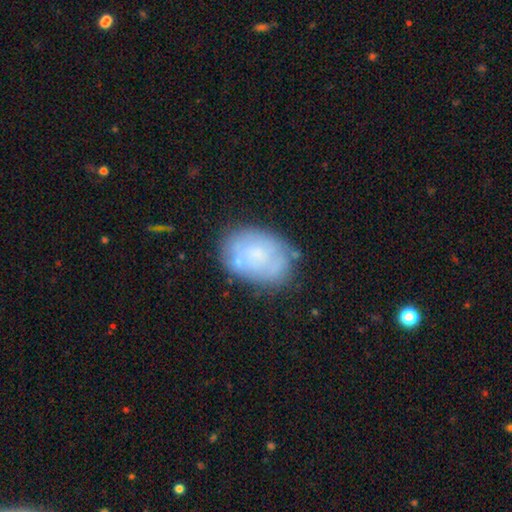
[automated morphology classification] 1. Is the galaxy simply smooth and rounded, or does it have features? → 52% smooth, 40% featured or disk, 8% star or artifact.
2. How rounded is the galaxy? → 81% in between, 17% round, 1% cigar-shaped.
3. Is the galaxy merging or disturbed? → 64% none, 22% minor disturbance, 8% major disturbance, 6% merger.